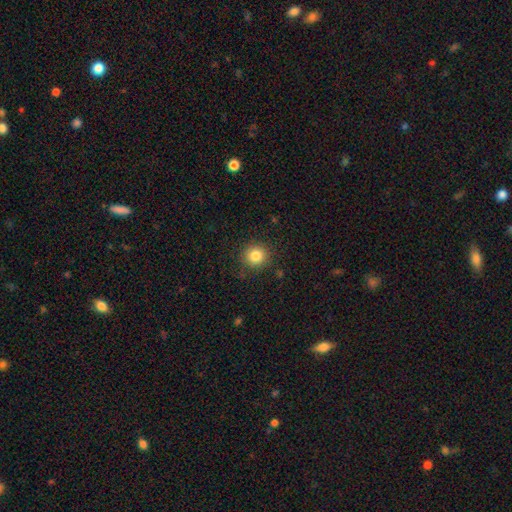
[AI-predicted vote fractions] smooth_or_featured: smooth (p=0.83) [alt: star or artifact p=0.11]
how_rounded: round (p=0.91) [alt: in between p=0.08]
merging: none (p=0.88) [alt: minor disturbance p=0.08]